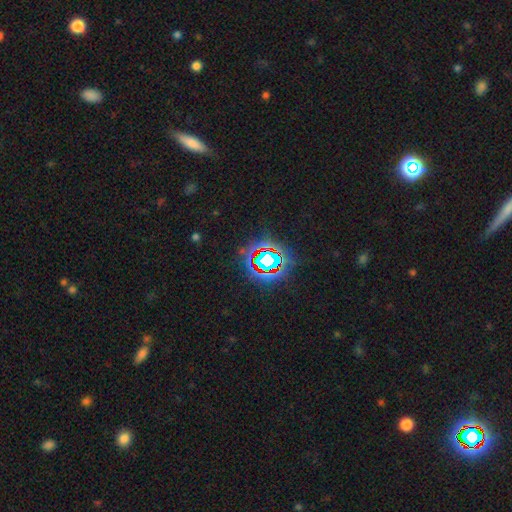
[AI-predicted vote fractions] smooth-or-featured: star or artifact: 70% | smooth: 19% | featured or disk: 12%